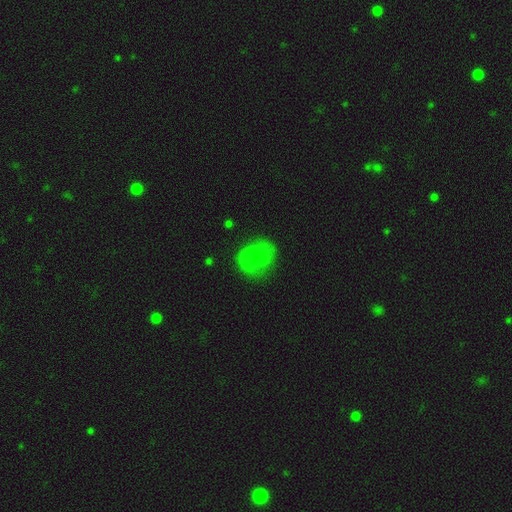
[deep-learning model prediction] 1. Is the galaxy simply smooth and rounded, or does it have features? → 58% featured or disk, 33% smooth, 9% star or artifact.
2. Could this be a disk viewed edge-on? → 98% no, 2% yes.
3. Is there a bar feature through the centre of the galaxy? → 49% no, 43% weak, 8% strong.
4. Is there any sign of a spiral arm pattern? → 86% yes, 14% no.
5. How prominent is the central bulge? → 53% small, 25% none, 19% moderate, 2% large, 1% dominant.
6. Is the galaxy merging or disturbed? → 69% none, 19% minor disturbance, 11% major disturbance, 2% merger.